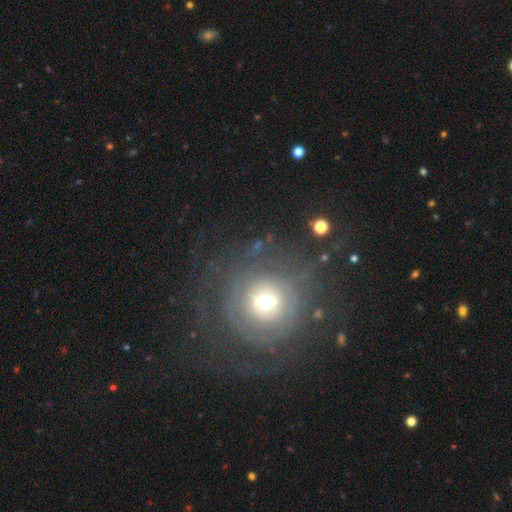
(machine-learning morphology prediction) Smooth or featured? Predicted: featured or disk (p=0.51). Edge-on disk? Predicted: no (p=0.95). Merging? Predicted: none (p=0.78).